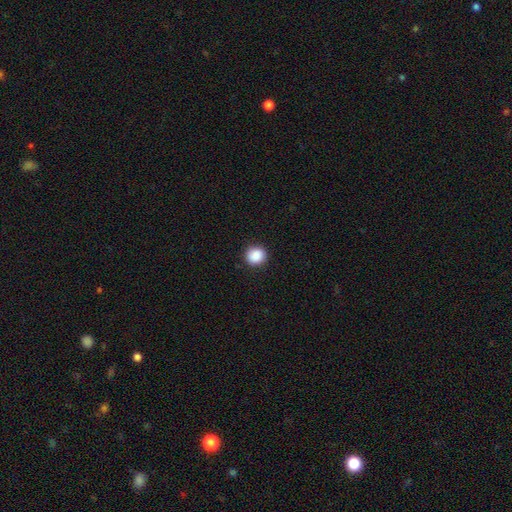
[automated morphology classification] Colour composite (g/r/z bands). It shows a smooth galaxy with no disk features (89%) that is round (89%). Merging: none (91%).